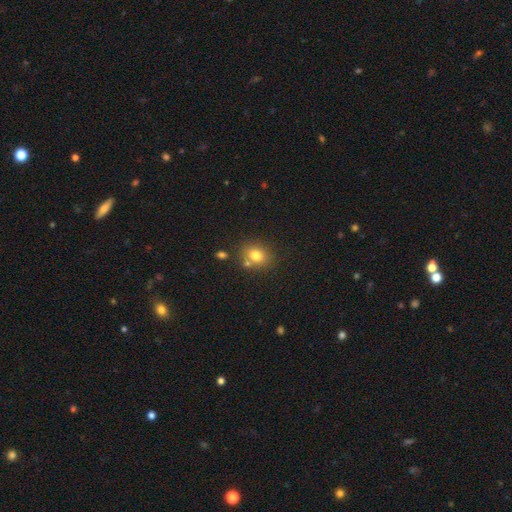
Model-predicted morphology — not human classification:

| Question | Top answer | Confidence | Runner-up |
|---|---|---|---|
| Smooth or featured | smooth | 78% | star or artifact (12%) |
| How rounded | round | 59% | in between (40%) |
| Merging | none | 70% | merger (14%) |